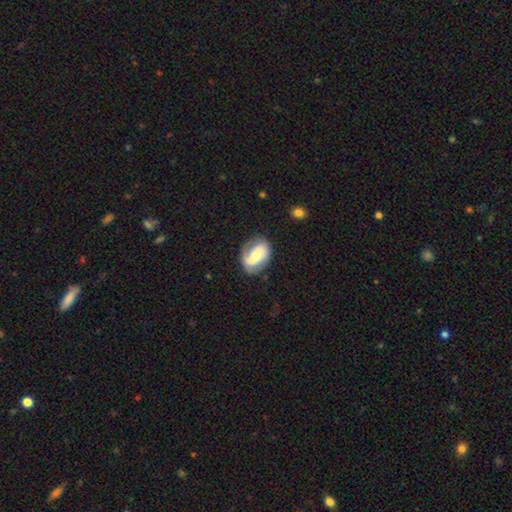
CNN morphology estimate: The model was most divided on "bar": weak: 37%, no: 36%, strong: 27%. Remaining: edge-on disk — no (96%); spiral arms — yes (81%); merging — none (69%); smooth or featured — featured or disk (61%); bulge size — moderate (44%).